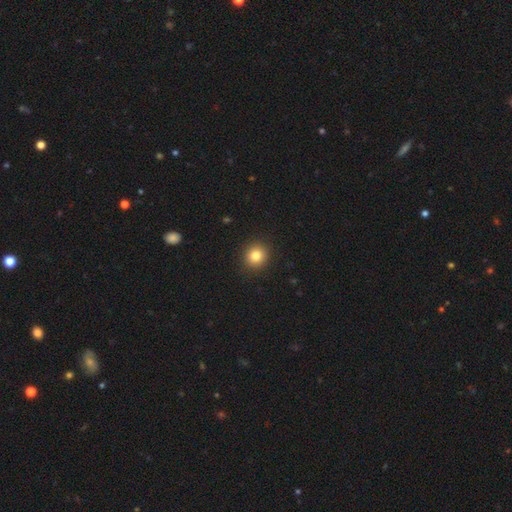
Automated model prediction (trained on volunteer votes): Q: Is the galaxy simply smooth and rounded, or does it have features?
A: smooth — 83%.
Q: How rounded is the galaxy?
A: round — 90%.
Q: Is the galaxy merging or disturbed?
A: none — 92%.